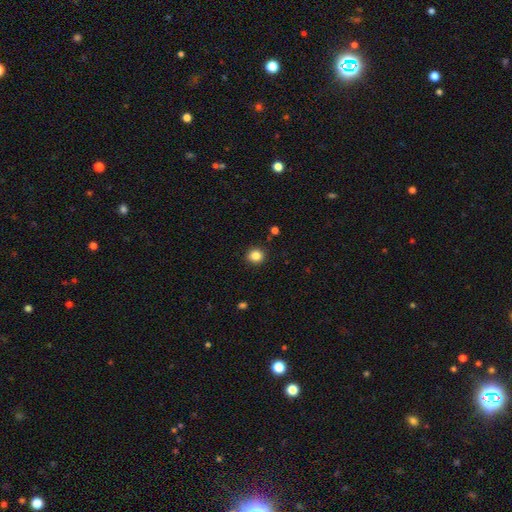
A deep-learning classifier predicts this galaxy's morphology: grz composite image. It shows a smooth galaxy with no disk features (84%) that is round (89%). Merging: none (90%).